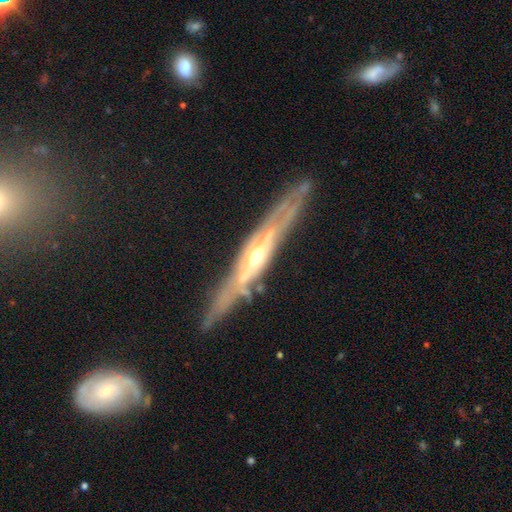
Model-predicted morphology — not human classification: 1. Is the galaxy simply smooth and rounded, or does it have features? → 85% featured or disk, 10% smooth, 5% star or artifact.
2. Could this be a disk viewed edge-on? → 81% yes, 19% no.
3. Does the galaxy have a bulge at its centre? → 86% rounded, 10% none, 4% boxy.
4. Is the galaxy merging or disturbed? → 75% none, 17% minor disturbance, 5% major disturbance, 3% merger.